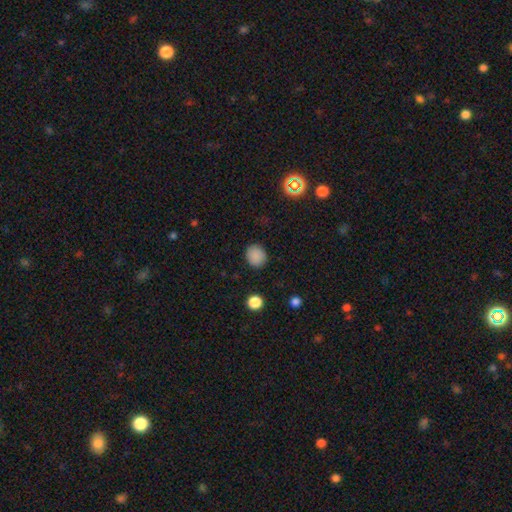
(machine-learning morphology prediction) This is clearly a smooth galaxy (86%). How rounded: clearly round (83%). Merging: clearly none (88%).